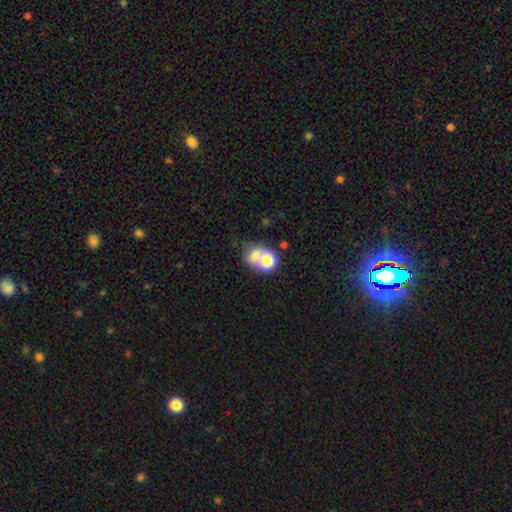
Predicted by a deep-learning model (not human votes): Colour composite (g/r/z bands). It shows a smooth galaxy with no disk features (63%) that is round (67%). Merging: none (44%).